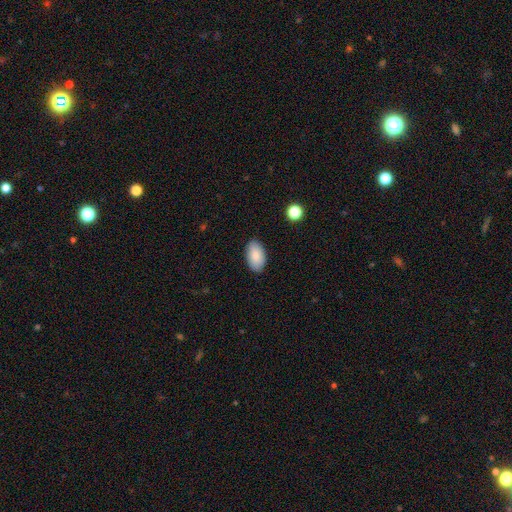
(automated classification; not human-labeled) The model was most divided on "merging": none: 88%, minor disturbance: 9%, major disturbance: 2%, merger: 1%. More confident: how rounded — in between (95%); smooth or featured — smooth (88%).